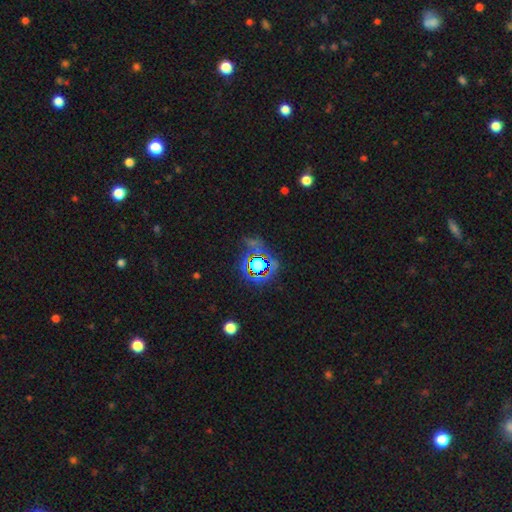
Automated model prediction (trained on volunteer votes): A star or artifact, not a galaxy (64%).